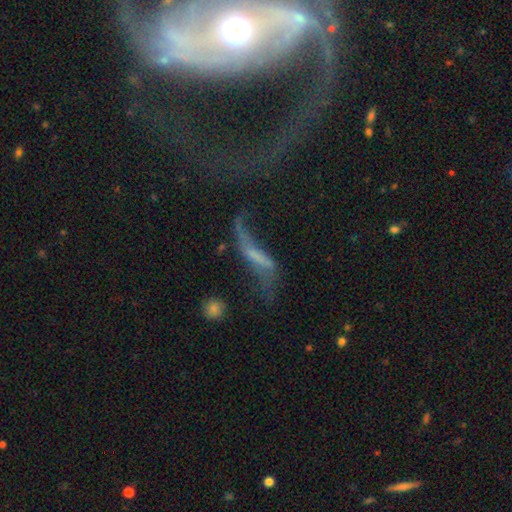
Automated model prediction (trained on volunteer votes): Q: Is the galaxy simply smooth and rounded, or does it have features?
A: featured or disk — 60%.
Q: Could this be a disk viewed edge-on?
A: no — 73%.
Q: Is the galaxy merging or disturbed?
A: major disturbance — 41%.